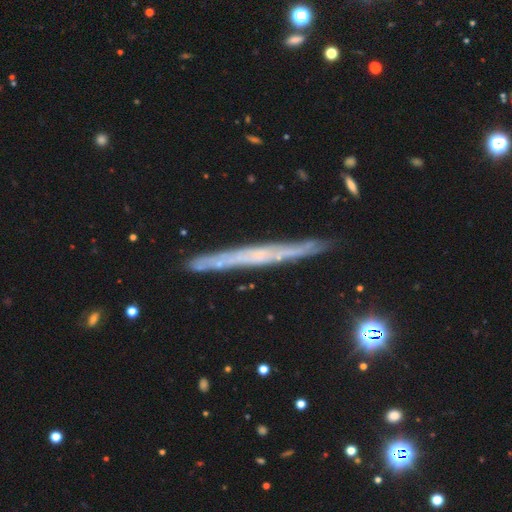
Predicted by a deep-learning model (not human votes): Smooth or featured? featured or disk (67%)
Edge-on disk? yes (95%)
Edge-on bulge? none (82%)
Merging? none (87%)